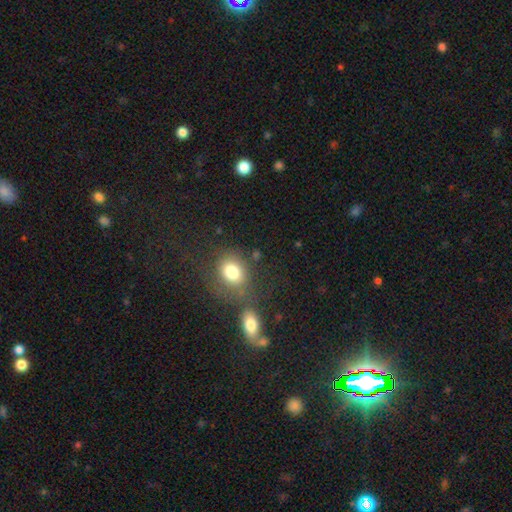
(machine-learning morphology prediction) A smooth galaxy with no disk features (76%) that is in between round and cigar-shaped (53%).

Vote fractions:
- Smooth or featured? smooth: 76% / star or artifact: 13% / featured or disk: 10%
- How rounded? in between: 53% / round: 45% / cigar-shaped: 2%
- Merging? none: 58% / merger: 22% / minor disturbance: 14% / major disturbance: 7%